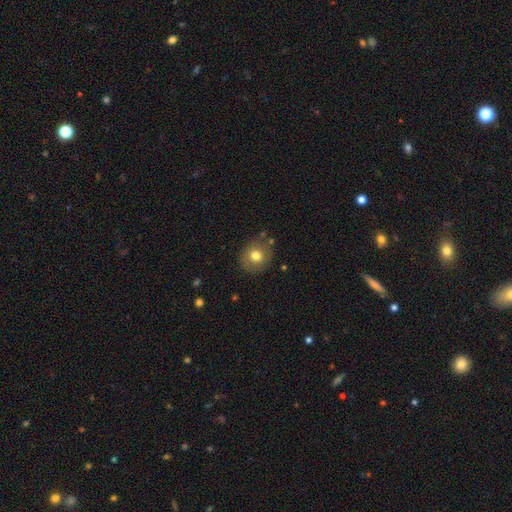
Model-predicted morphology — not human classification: smooth-or-featured: smooth: 74% | featured or disk: 16% | star or artifact: 10%
  how-rounded: round: 79% | in between: 20% | cigar-shaped: 1%
  merging: none: 81% | minor disturbance: 13% | major disturbance: 4% | merger: 3%